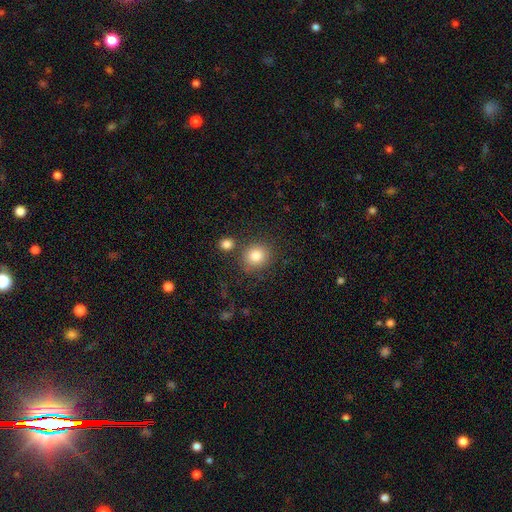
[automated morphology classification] A smooth galaxy with no disk features (83%) that is round (81%). Merging: none (77%).